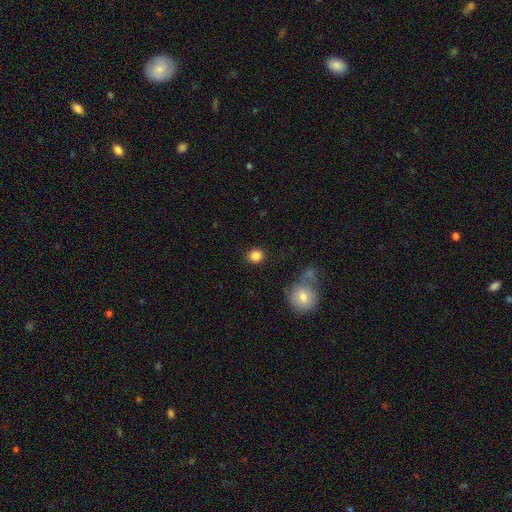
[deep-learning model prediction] A smooth galaxy with no disk features (86%) that is round (86%).

Vote fractions:
- Smooth or featured? smooth: 86% / star or artifact: 10% / featured or disk: 4%
- How rounded? round: 86% / in between: 13% / cigar-shaped: 1%
- Merging? none: 87% / minor disturbance: 7% / merger: 3% / major disturbance: 3%